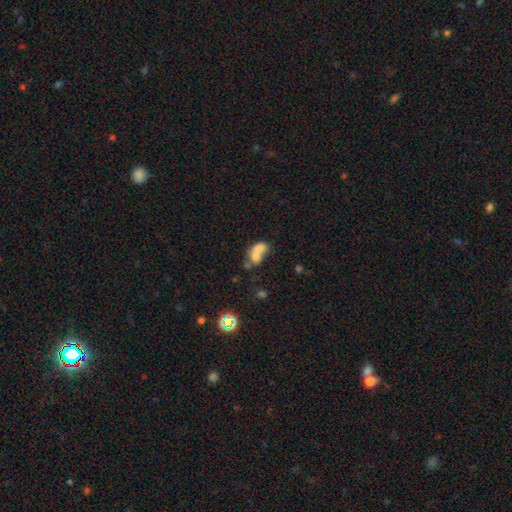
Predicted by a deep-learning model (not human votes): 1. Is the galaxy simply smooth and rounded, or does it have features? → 65% smooth, 23% featured or disk, 12% star or artifact.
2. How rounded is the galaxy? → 68% in between, 30% round, 2% cigar-shaped.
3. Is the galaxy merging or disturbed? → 68% merger, 18% none, 8% minor disturbance, 7% major disturbance.